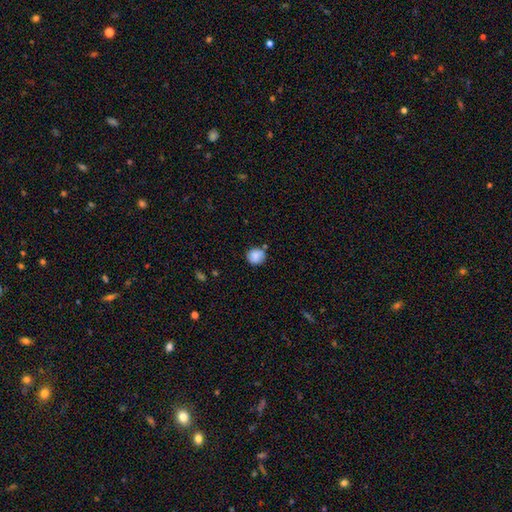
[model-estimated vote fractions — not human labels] smooth_or_featured: smooth (p=0.84) [alt: star or artifact p=0.09]
how_rounded: round (p=0.88) [alt: in between p=0.11]
merging: none (p=0.75) [alt: minor disturbance p=0.16]